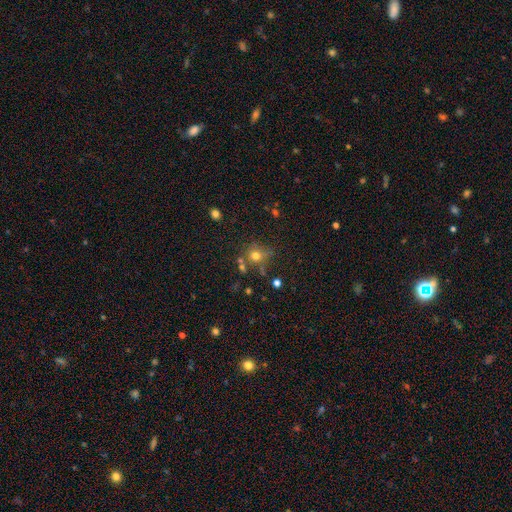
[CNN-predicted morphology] This is likely a smooth galaxy (70%). How rounded: clearly round (82%). Merging: likely none (62%).